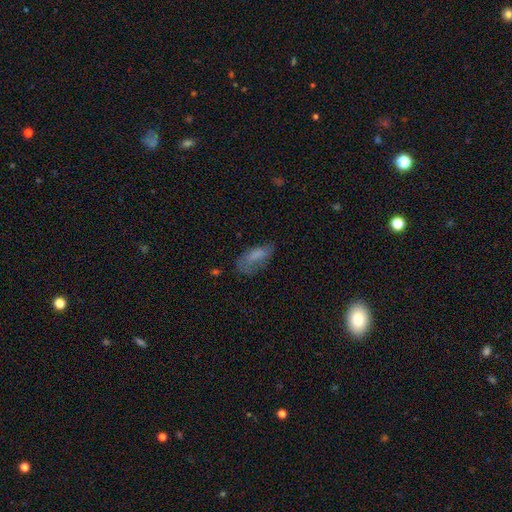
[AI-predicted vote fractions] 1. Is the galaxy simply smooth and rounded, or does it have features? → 68% smooth, 22% featured or disk, 10% star or artifact.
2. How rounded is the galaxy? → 82% in between, 15% cigar-shaped, 3% round.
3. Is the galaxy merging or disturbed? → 44% none, 31% minor disturbance, 23% major disturbance, 3% merger.